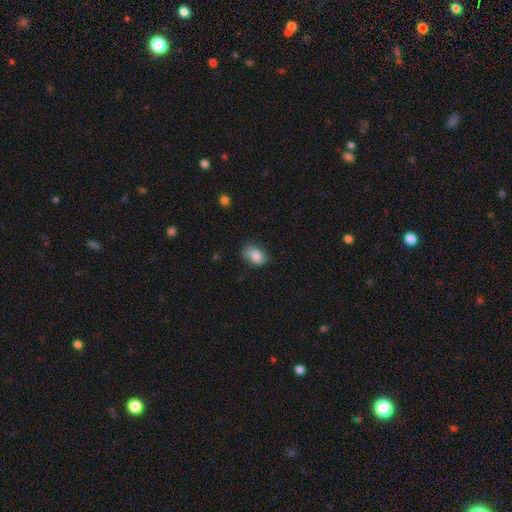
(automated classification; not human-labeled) This is clearly a smooth galaxy (83%). How rounded: likely in between (74%). Merging: likely none (64%).